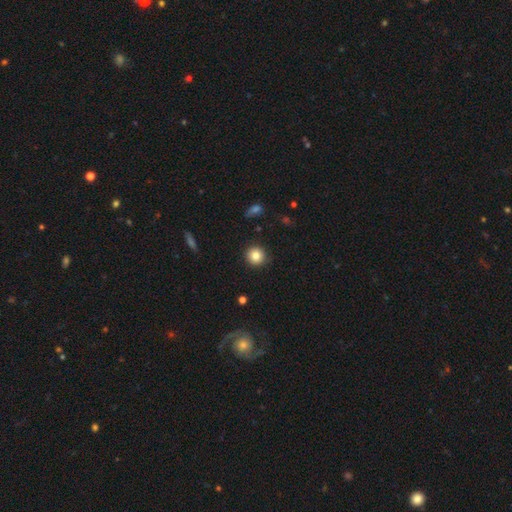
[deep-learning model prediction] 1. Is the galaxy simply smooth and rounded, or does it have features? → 83% smooth, 10% star or artifact, 7% featured or disk.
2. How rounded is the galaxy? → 94% round, 5% in between, 1% cigar-shaped.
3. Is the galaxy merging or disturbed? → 90% none, 7% minor disturbance, 2% major disturbance, 1% merger.